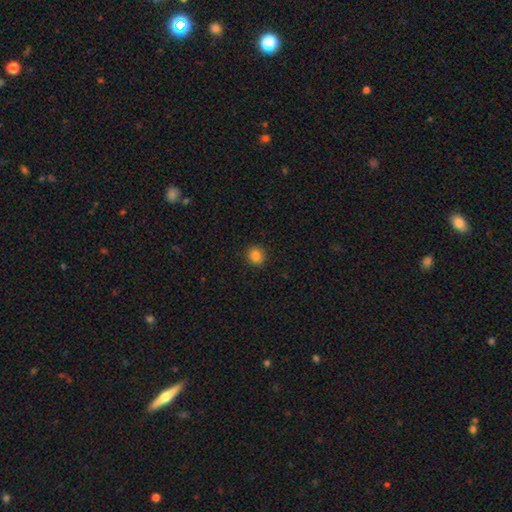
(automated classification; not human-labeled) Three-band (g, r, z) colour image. It shows a smooth galaxy with no disk features (84%) that is round (87%). Merging: none (91%).